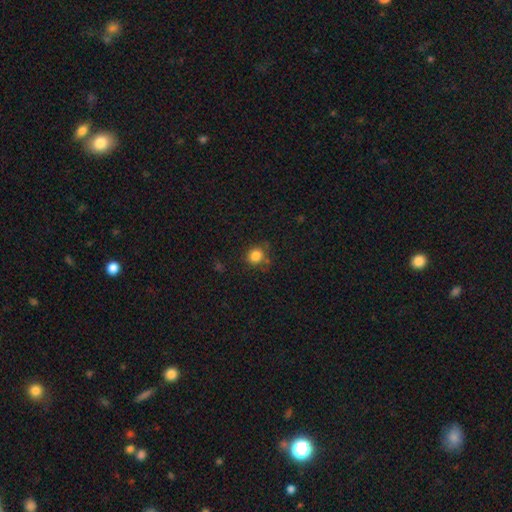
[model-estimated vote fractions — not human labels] Smooth or featured? Predicted: smooth (p=0.83). How rounded? Predicted: round (p=0.80). Merging? Predicted: none (p=0.70).